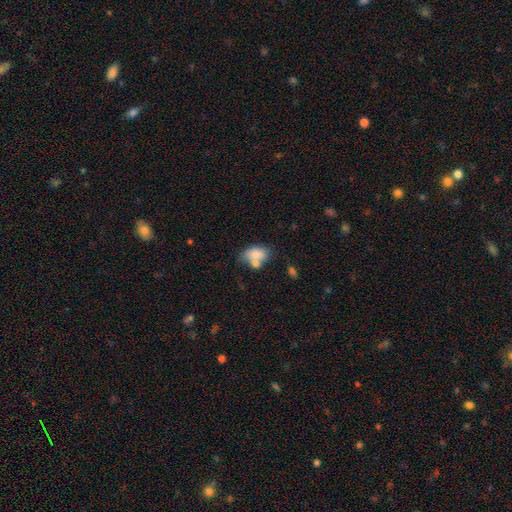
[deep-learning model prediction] Smooth or featured? Predicted: smooth (p=0.77). How rounded? Predicted: in between (p=0.86). Merging? Predicted: none (p=0.38, tied with merger).